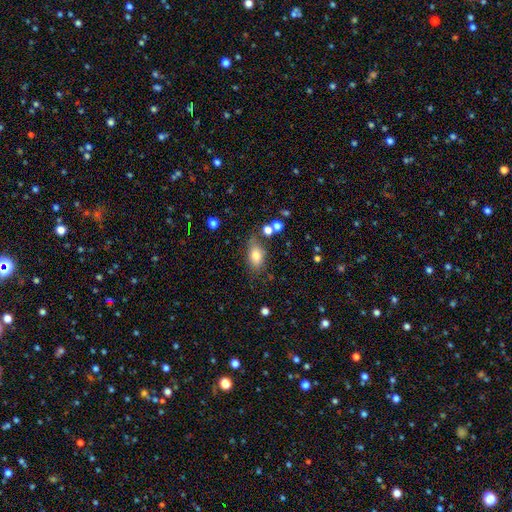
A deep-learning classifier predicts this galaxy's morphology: Q: Smooth or featured?
A: smooth (77%); runner-up: featured or disk (13%)
Q: How rounded?
A: in between (84%); runner-up: round (12%)
Q: Merging?
A: none (69%); runner-up: minor disturbance (18%)